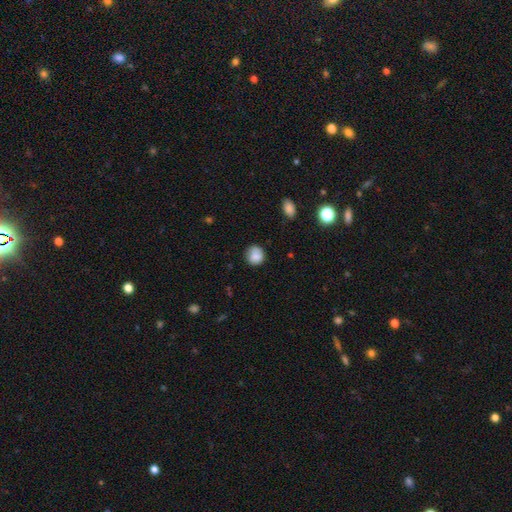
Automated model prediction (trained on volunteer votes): Smooth or featured?
  - smooth: 82% *
  - featured or disk: 10%
  - star or artifact: 8%
How rounded?
  - round: 81% *
  - in between: 18%
  - cigar-shaped: 1%
Merging?
  - none: 72% *
  - minor disturbance: 21%
  - major disturbance: 5%
  - merger: 2%